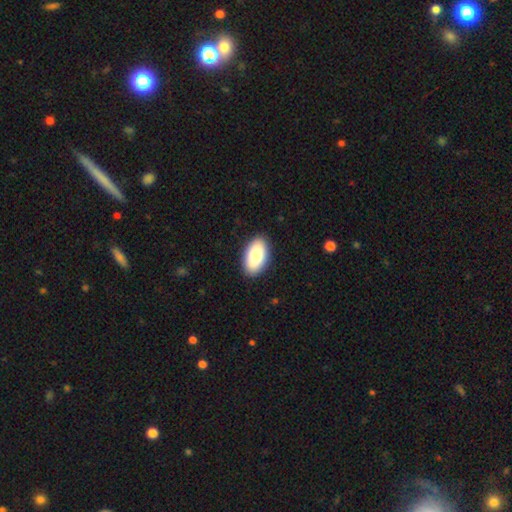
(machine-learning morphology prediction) A smooth galaxy with no disk features (82%) that is in between round and cigar-shaped (95%). Merging: none (89%).